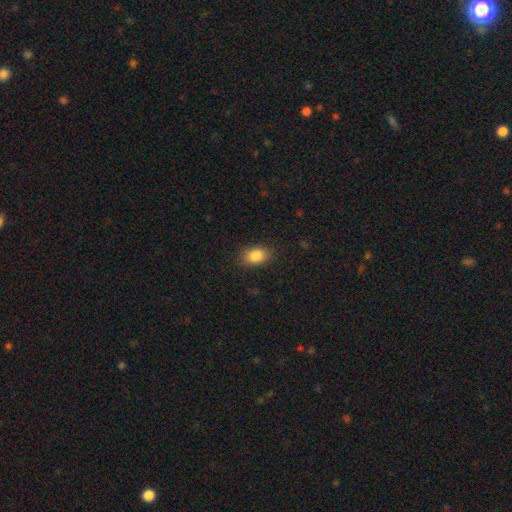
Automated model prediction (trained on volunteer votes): This is clearly a smooth galaxy (86%). How rounded: likely in between (79%). Merging: clearly none (84%).